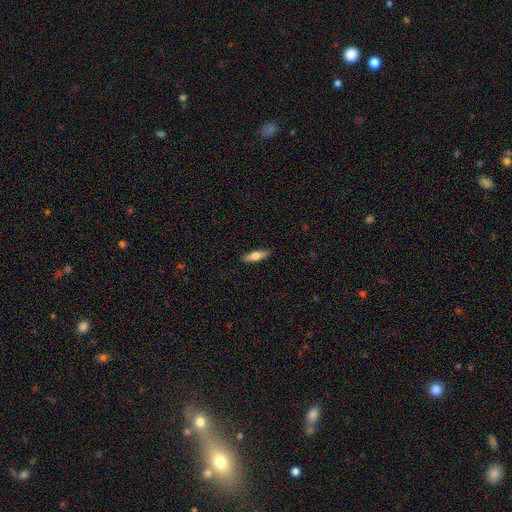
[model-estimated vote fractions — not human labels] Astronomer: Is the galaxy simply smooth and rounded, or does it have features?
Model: smooth — 63%.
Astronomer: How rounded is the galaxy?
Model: cigar-shaped — 53% (runner-up: in between, 44%).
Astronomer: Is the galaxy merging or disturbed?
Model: none — 89%.